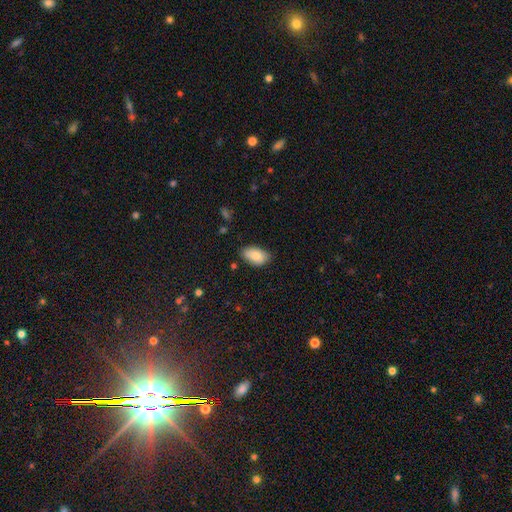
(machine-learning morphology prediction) This is clearly a smooth galaxy (83%). How rounded: clearly in between (93%). Merging: likely none (75%).